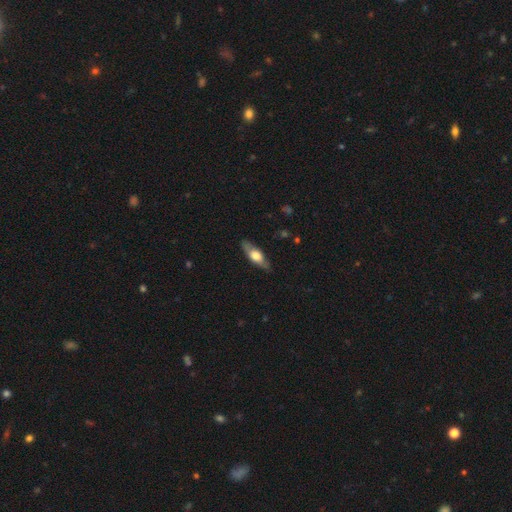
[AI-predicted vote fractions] Overall: smooth (48%; featured or disk 46%). Merging: none (83%).